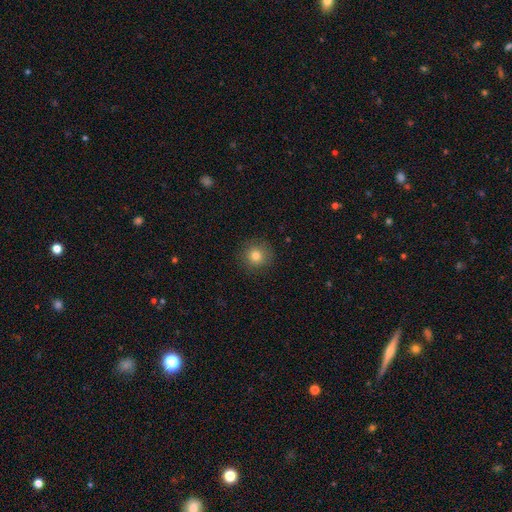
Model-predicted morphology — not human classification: The model was most divided on "smooth or featured": smooth: 80%, star or artifact: 12%, featured or disk: 8%. More confident: how rounded — round (94%); merging — none (89%).